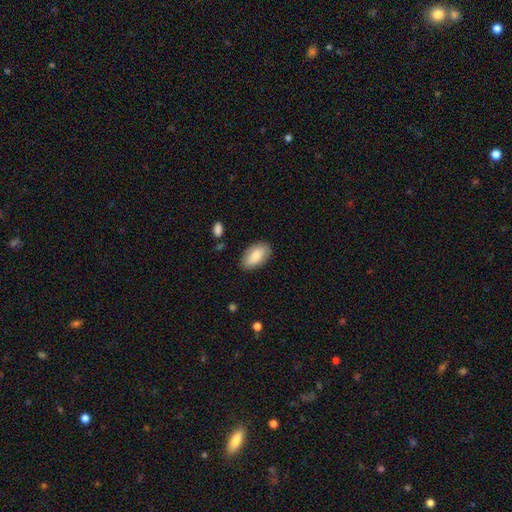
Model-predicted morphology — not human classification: smooth_or_featured: smooth (p=0.82) [alt: featured or disk p=0.12]
how_rounded: in between (p=0.94) [alt: round p=0.03]
merging: none (p=0.85) [alt: minor disturbance p=0.12]